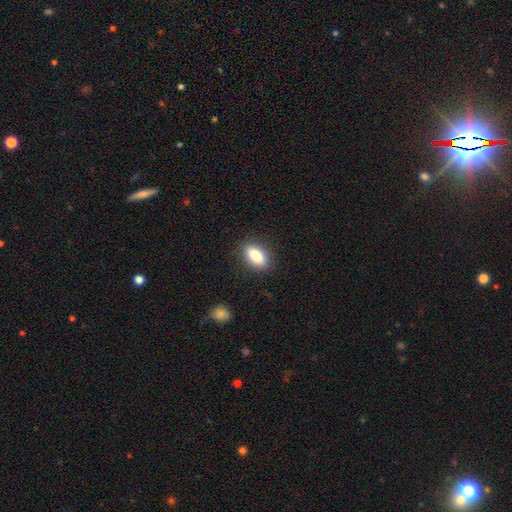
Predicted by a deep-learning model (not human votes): Morphology: type=smooth (83%); roundness=in between (85%); merging=none (86%).